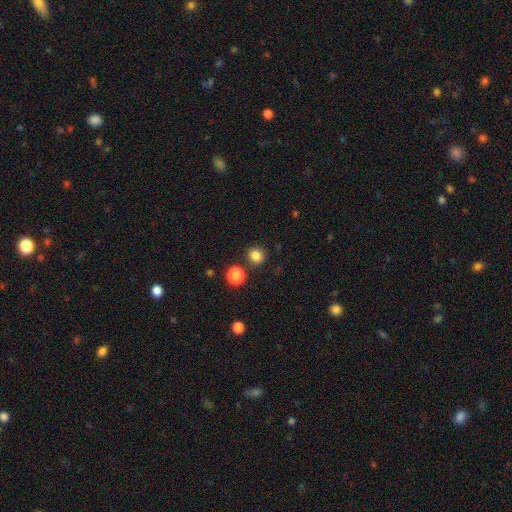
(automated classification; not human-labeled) smooth-or-featured: smooth: 83% | star or artifact: 13% | featured or disk: 4%
  how-rounded: round: 89% | in between: 10% | cigar-shaped: 1%
  merging: none: 86% | minor disturbance: 6% | merger: 5% | major disturbance: 2%